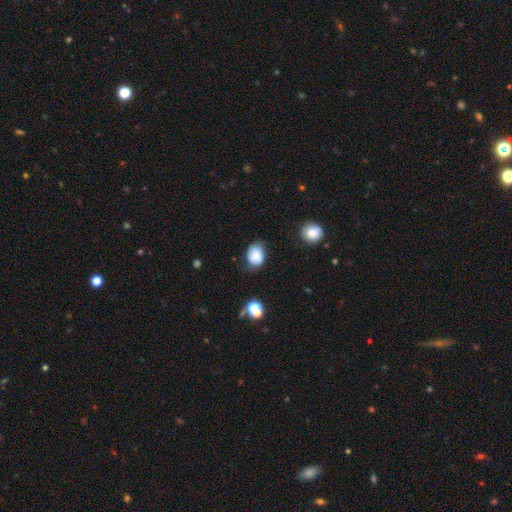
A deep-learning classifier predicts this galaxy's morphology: This is clearly a smooth galaxy (80%). How rounded: likely in between (65%). Merging: likely none (61%).